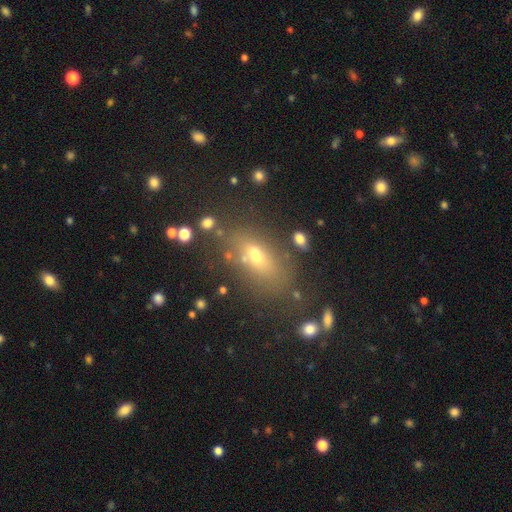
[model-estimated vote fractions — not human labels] Q: Smooth or featured?
A: smooth (59%); runner-up: featured or disk (21%)
Q: How rounded?
A: in between (77%); runner-up: round (12%)
Q: Merging?
A: none (67%); runner-up: minor disturbance (14%)